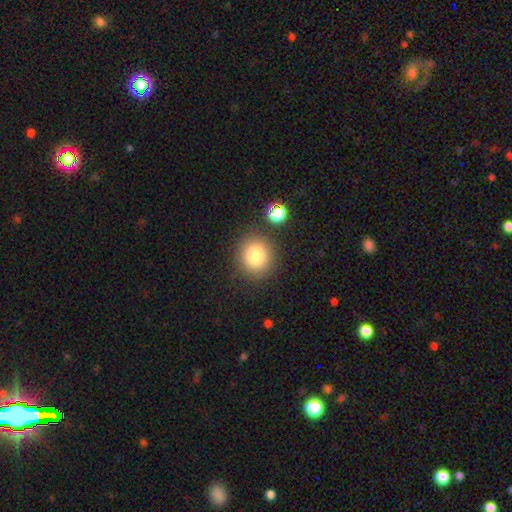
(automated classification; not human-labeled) Smooth or featured? Predicted: smooth (p=0.81). How rounded? Predicted: round (p=0.86). Merging? Predicted: none (p=0.83).